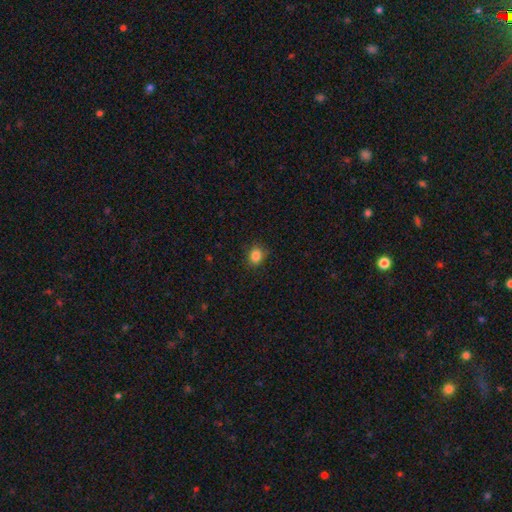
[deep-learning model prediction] Overall: smooth (85%). How rounded: round (60%; in between 39%). Merging: none (84%).